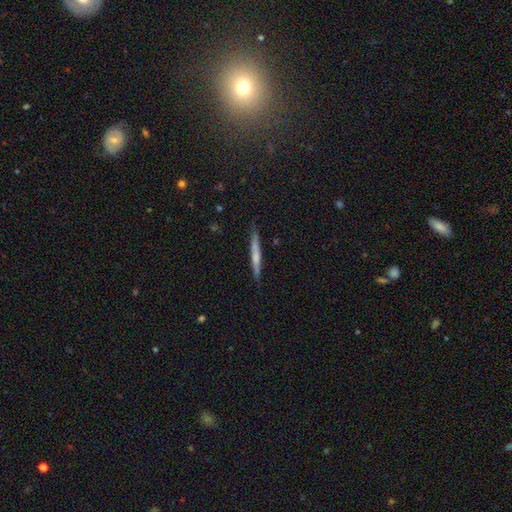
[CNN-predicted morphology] smooth-or-featured: smooth: 51% | featured or disk: 43% | star or artifact: 6%
  how-rounded: cigar-shaped: 96% | in between: 3% | round: 2%
  merging: none: 85% | minor disturbance: 12% | major disturbance: 2% | merger: 1%